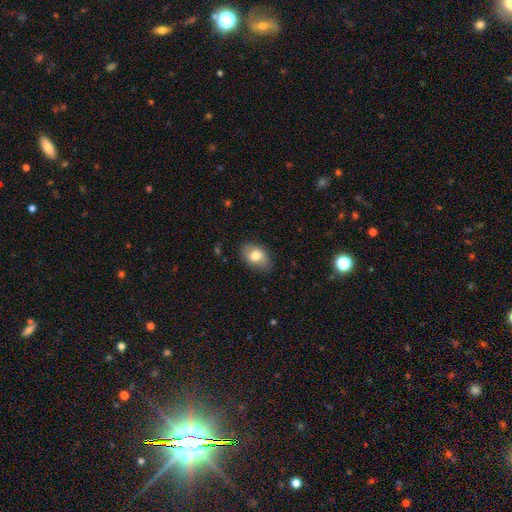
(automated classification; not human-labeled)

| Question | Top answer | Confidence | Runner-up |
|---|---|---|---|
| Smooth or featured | smooth | 78% | featured or disk (15%) |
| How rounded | in between | 84% | round (15%) |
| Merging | none | 82% | minor disturbance (14%) |